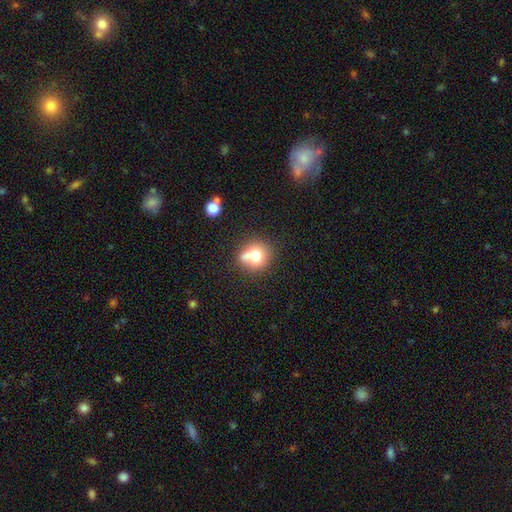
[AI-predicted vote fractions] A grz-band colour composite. It shows a smooth galaxy with no disk features (69%) that is round (81%). Merging: none (44%).